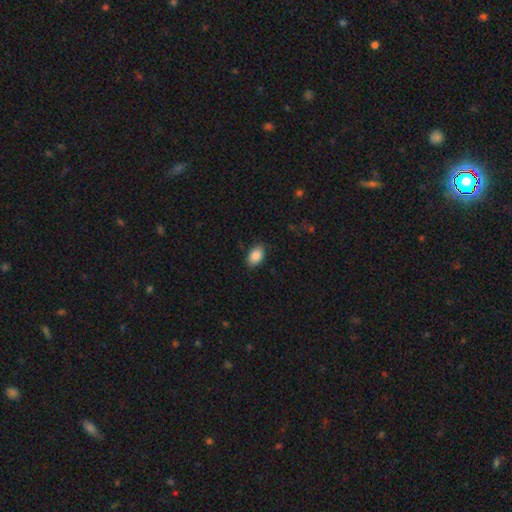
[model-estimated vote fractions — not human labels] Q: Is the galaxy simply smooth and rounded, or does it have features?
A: smooth — 88%.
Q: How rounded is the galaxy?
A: in between — 89%.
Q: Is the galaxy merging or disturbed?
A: none — 85%.